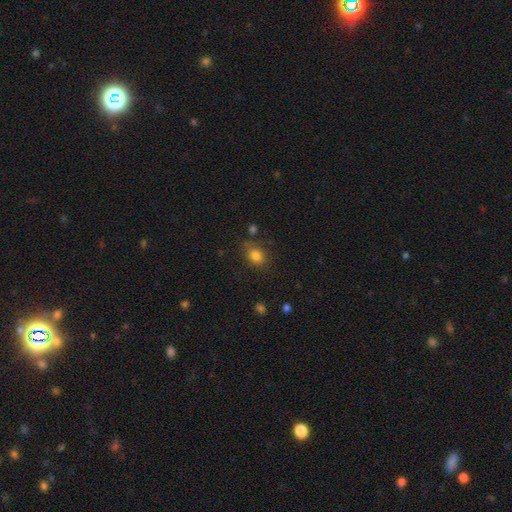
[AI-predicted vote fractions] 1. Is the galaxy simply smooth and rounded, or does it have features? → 81% smooth, 12% star or artifact, 7% featured or disk.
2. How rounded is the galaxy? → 53% round, 46% in between, 1% cigar-shaped.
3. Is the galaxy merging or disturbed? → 73% none, 18% minor disturbance, 5% major disturbance, 4% merger.